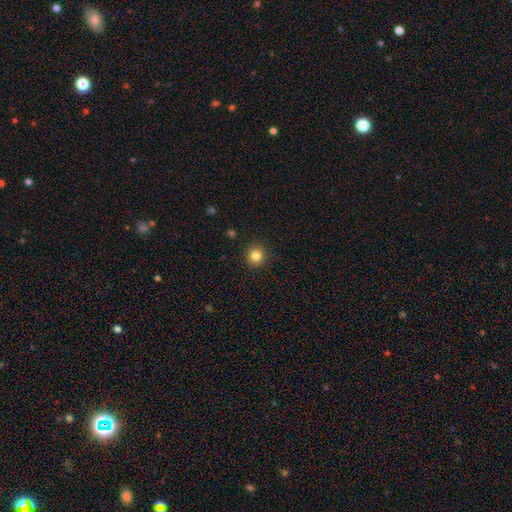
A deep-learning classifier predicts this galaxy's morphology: Smooth or featured?
  - smooth: 84% *
  - star or artifact: 11%
  - featured or disk: 5%
How rounded?
  - round: 93% *
  - in between: 7%
  - cigar-shaped: 1%
Merging?
  - none: 91% *
  - minor disturbance: 6%
  - major disturbance: 2%
  - merger: 1%